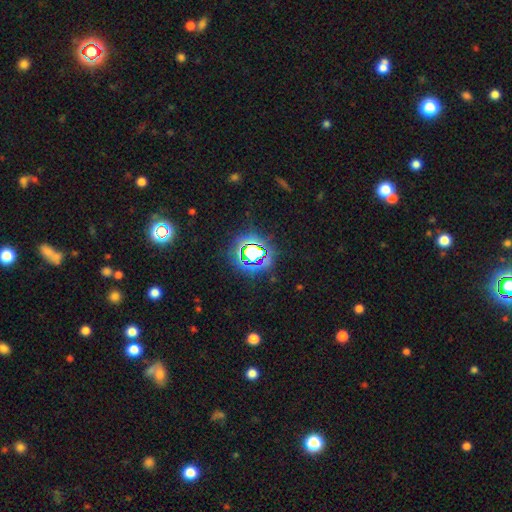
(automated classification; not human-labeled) smooth-or-featured: star or artifact: 68% | smooth: 21% | featured or disk: 11%